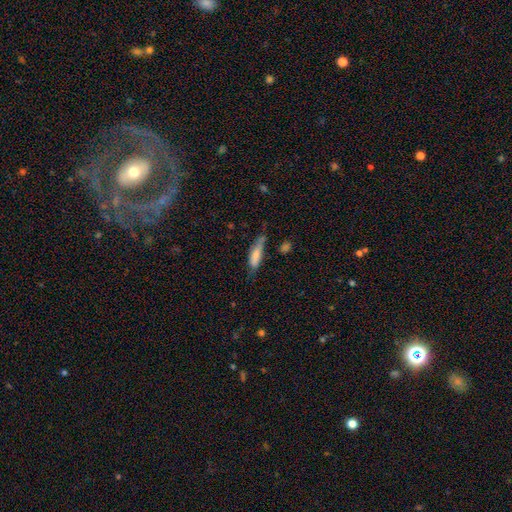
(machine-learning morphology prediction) The model was most divided on "merging": none: 44%, minor disturbance: 35%, major disturbance: 14%, merger: 6%. More confident: smooth or featured — smooth (75%); how rounded — cigar-shaped (59%).